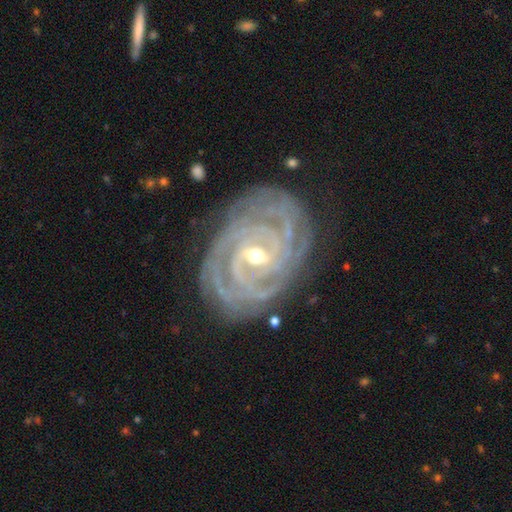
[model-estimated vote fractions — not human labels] A featured or disk galaxy (92%) with a weak bar (43%), 4 (22%, tied with 3) tight (85%) spiral arms (99%) and a moderate central bulge (49%).

Vote fractions:
- Smooth or featured? featured or disk: 92% / star or artifact: 5% / smooth: 3%
- Edge-on disk? no: 97% / yes: 3%
- Bar? weak: 43% / strong: 31% / no: 26%
- Spiral arms? yes: 99% / no: 1%
- Spiral winding? tight: 85% / medium: 13% / loose: 2%
- Spiral arm count? 4: 22% (tied) / 3: 22% (tied) / can't tell: 18% / 2: 17% / more than 4: 14% / 1: 8%
- Bulge size? moderate: 49% / small: 48% / large: 1% / none: 1% / dominant: 1%
- Merging? none: 81% / minor disturbance: 14% / major disturbance: 4% / merger: 1%